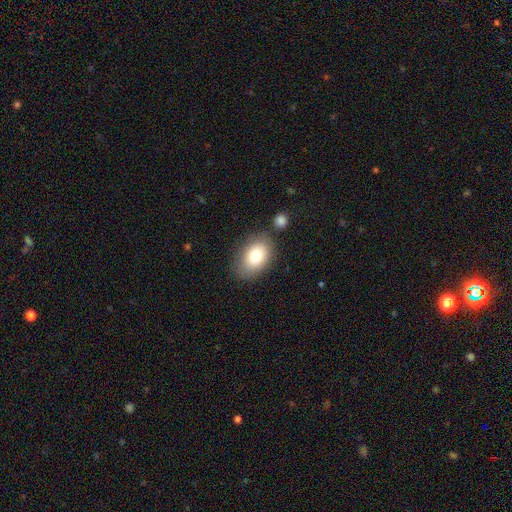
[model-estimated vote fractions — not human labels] Smooth or featured? Predicted: smooth (p=0.78). How rounded? Predicted: in between (p=0.83). Merging? Predicted: none (p=0.74).